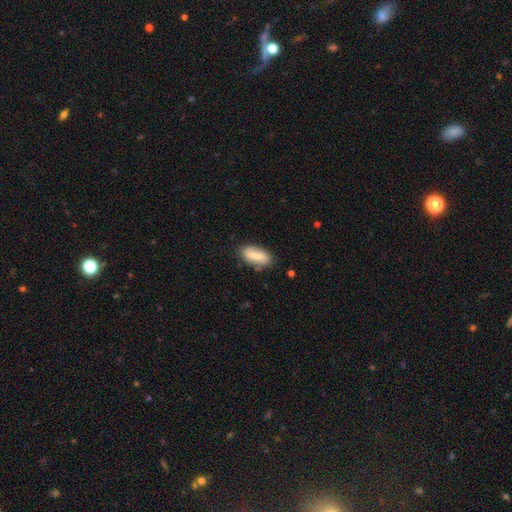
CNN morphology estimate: Smooth or featured: smooth — 77% (featured or disk — 16%)
How rounded: in between — 83% (cigar-shaped — 14%)
Merging: none — 77% (minor disturbance — 17%)